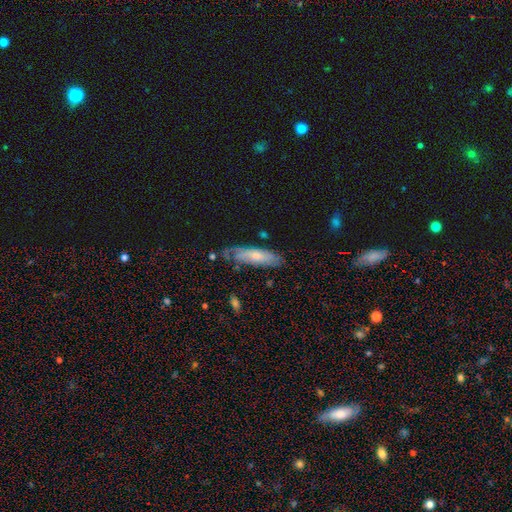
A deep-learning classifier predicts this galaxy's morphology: Overall: smooth (53%; featured or disk 40%). How rounded: cigar-shaped (55%; in between 43%). Merging: none (64%; minor disturbance 25%).